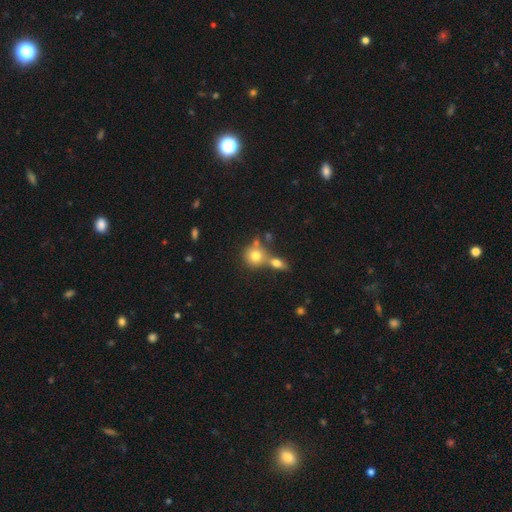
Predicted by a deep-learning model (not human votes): This is likely a smooth galaxy (76%). How rounded: clearly round (83%). Merging: marginally merger (43%, tied with none).